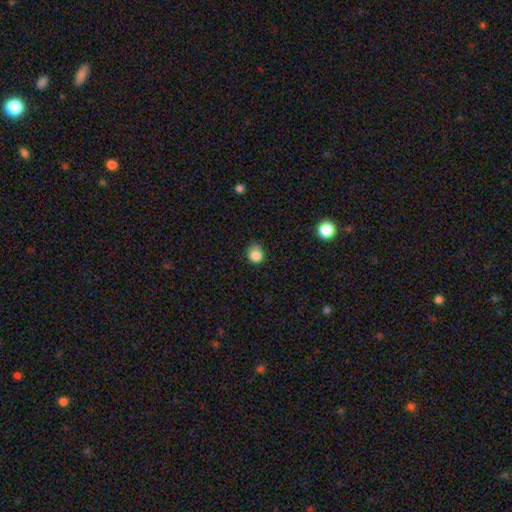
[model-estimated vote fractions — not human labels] This is clearly a smooth galaxy (84%). How rounded: likely round (76%). Merging: likely none (66%).